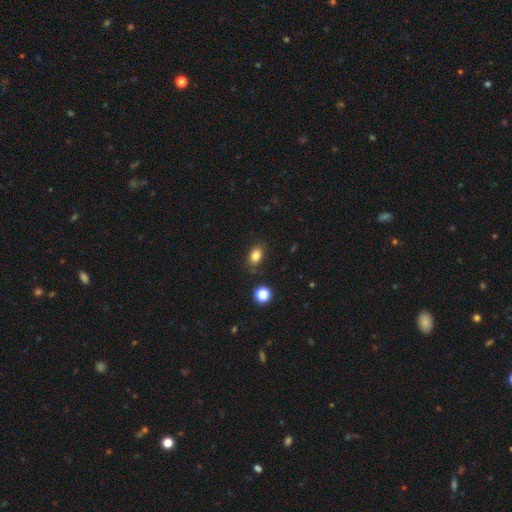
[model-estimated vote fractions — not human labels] Overall: smooth (82%). How rounded: in between (73%). Merging: none (81%).